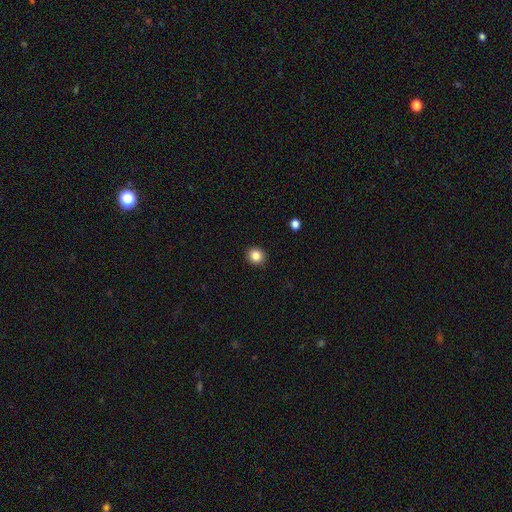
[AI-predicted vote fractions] Smooth or featured?
  - smooth: 85% *
  - star or artifact: 10%
  - featured or disk: 5%
How rounded?
  - round: 85% *
  - in between: 14%
  - cigar-shaped: 1%
Merging?
  - none: 91% *
  - minor disturbance: 6%
  - major disturbance: 2%
  - merger: 1%